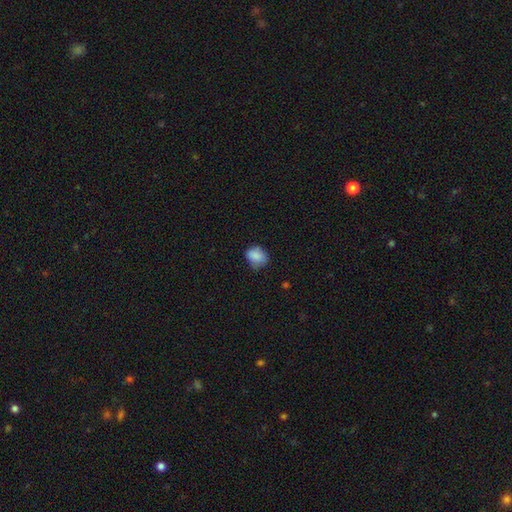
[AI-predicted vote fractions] This is clearly a smooth galaxy (84%). How rounded: possibly in between (57%). Merging: likely none (61%).